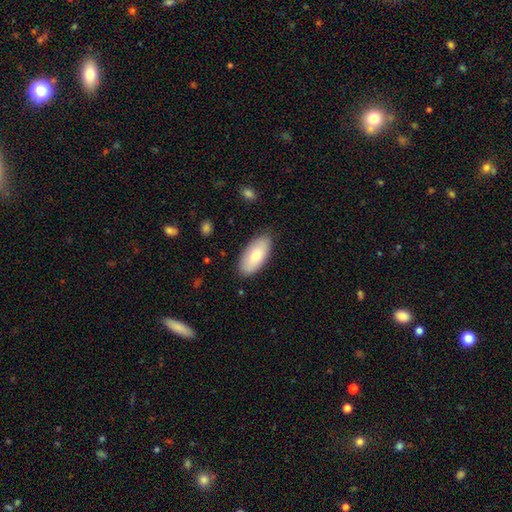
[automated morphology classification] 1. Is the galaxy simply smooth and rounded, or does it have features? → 75% smooth, 19% featured or disk, 6% star or artifact.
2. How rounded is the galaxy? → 91% in between, 7% cigar-shaped, 2% round.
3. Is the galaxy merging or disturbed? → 84% none, 12% minor disturbance, 2% major disturbance, 1% merger.